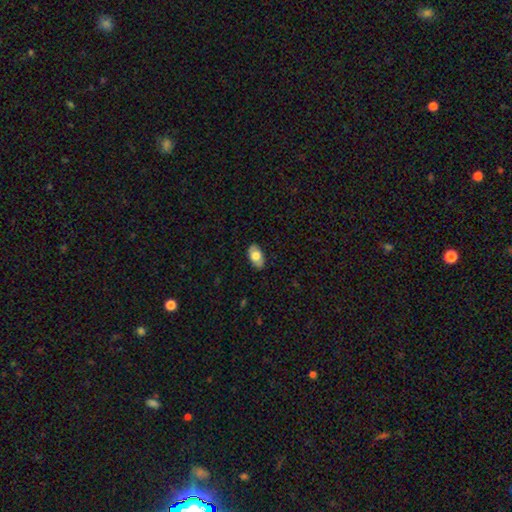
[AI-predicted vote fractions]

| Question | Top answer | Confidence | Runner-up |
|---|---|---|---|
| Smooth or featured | smooth | 71% | featured or disk (22%) |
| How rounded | in between | 93% | round (5%) |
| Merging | none | 85% | minor disturbance (12%) |